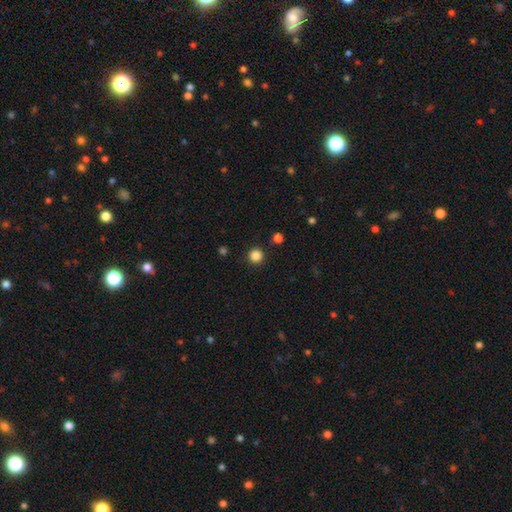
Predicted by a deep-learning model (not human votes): Smooth or featured? Predicted: smooth (p=0.85). How rounded? Predicted: round (p=0.96). Merging? Predicted: none (p=0.92).